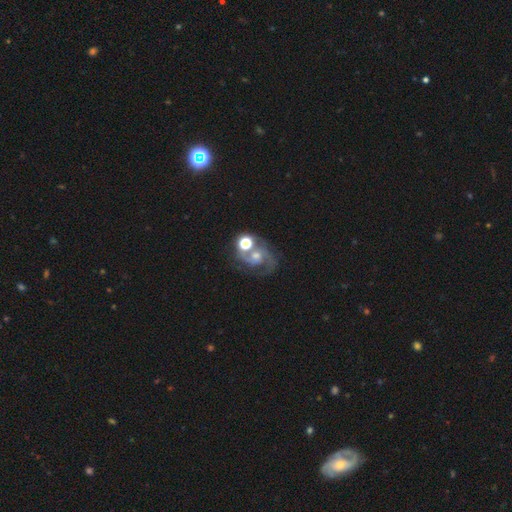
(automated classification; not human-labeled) smooth_or_featured: featured or disk (p=0.75) [alt: star or artifact p=0.13]
disk_edge_on: no (p=0.98) [alt: yes p=0.02]
bar: no (p=0.62) [alt: weak p=0.32]
has_spiral_arms: yes (p=0.93) [alt: no p=0.07]
spiral_winding: medium (p=0.55) [alt: tight p=0.24]
spiral_arm_count: 2 (p=0.77) [alt: 1 p=0.08]
bulge_size: moderate (p=0.50) [alt: small p=0.37]
merging: none (p=0.52) [alt: merger p=0.19]